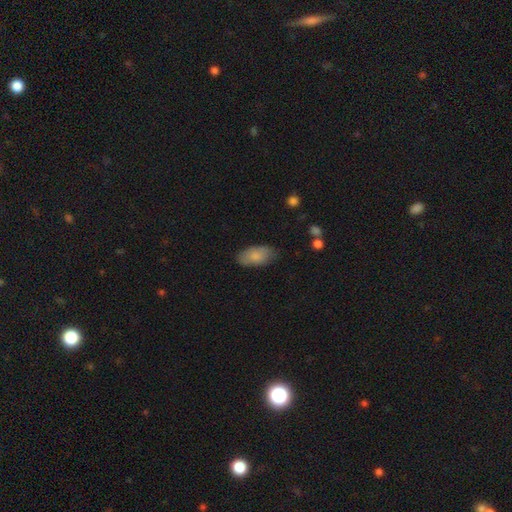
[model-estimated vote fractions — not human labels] smooth 81%, featured or disk 13%, star or artifact 6%. Down the decision tree: how rounded — in between (93%); merging — none (77%).